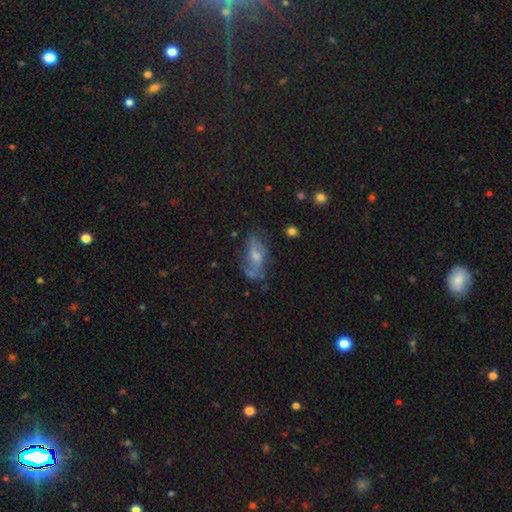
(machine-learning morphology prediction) Smooth or featured? Predicted: featured or disk (p=0.53). Edge-on disk? Predicted: no (p=0.85). Merging? Predicted: none (p=0.55).